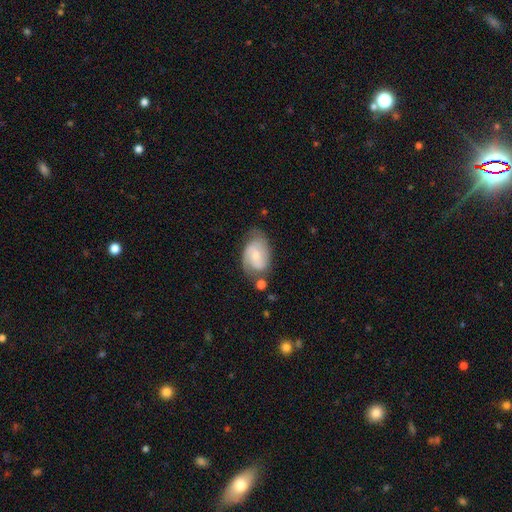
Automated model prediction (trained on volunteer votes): This is possibly a featured or disk galaxy (59%). It is clearly not viewed edge-on (96%). Bar: possibly no (54%). Spiral arm pattern: clearly yes (87%). Central bulge: possibly small (53%). Merging: possibly none (56%).